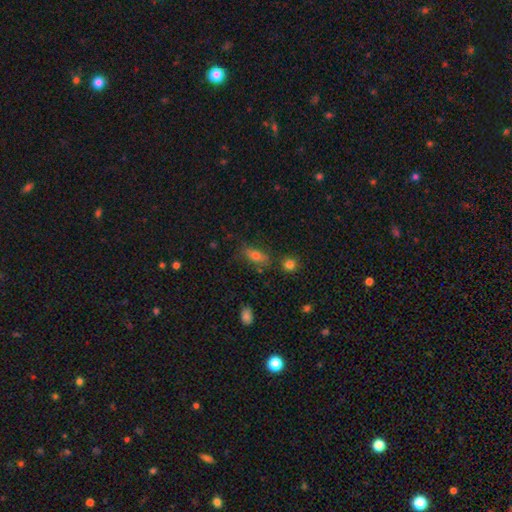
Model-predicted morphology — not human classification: Smooth or featured?
  - smooth: 72% *
  - featured or disk: 17%
  - star or artifact: 11%
How rounded?
  - in between: 77% *
  - cigar-shaped: 17%
  - round: 6%
Merging?
  - none: 64% *
  - minor disturbance: 22%
  - major disturbance: 8%
  - merger: 6%